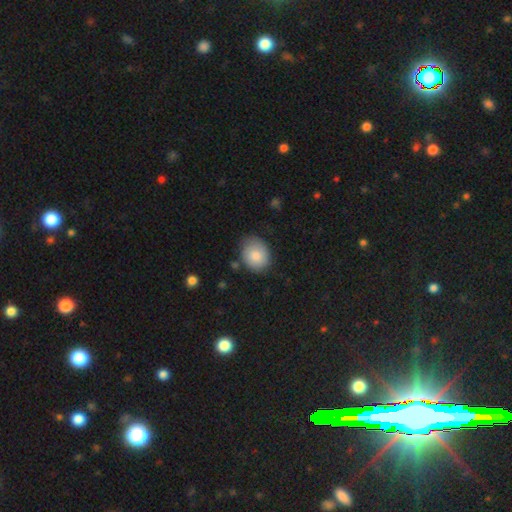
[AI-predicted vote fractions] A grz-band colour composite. It shows a smooth galaxy with no disk features (82%) that is in between round and cigar-shaped (51%). Merging: none (73%).